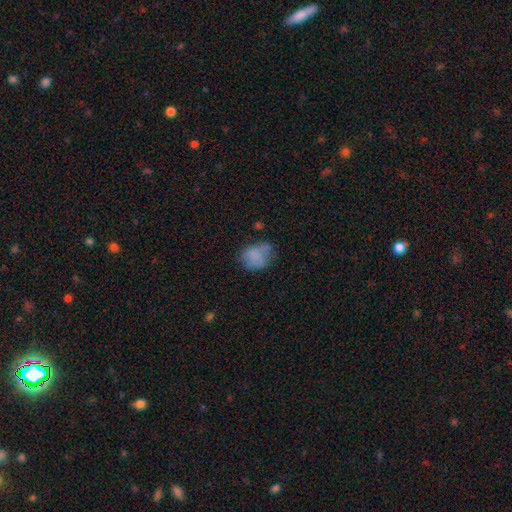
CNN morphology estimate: Smooth or featured?
  - smooth: 73% *
  - featured or disk: 16%
  - star or artifact: 11%
How rounded?
  - in between: 53% *
  - round: 46%
  - cigar-shaped: 1%
Merging?
  - none: 44% *
  - minor disturbance: 33%
  - major disturbance: 18%
  - merger: 5%